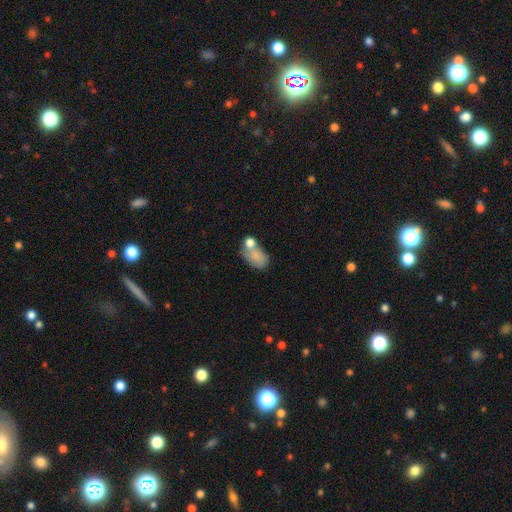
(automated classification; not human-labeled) Morphology: type=smooth (76%); roundness=in between (84%); merging=merger (41%).